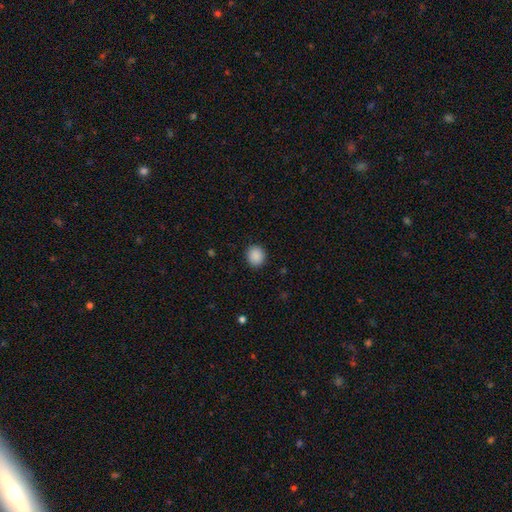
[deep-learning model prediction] smooth_or_featured: smooth (p=0.89) [alt: star or artifact p=0.08]
how_rounded: round (p=0.85) [alt: in between p=0.14]
merging: none (p=0.91) [alt: minor disturbance p=0.06]